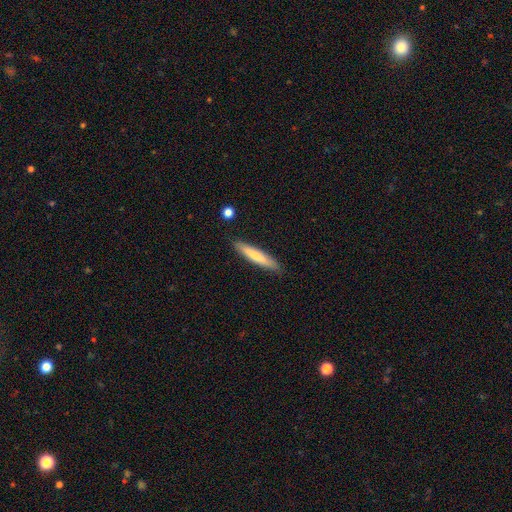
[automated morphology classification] A smooth galaxy with no disk features (69%) that is cigar-shaped (90%). Merging: none (88%).